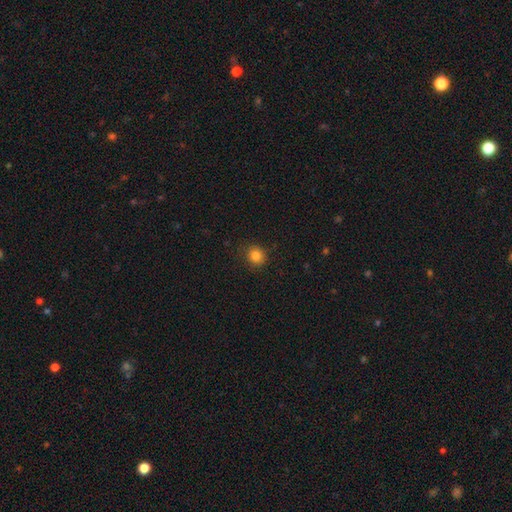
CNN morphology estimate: smooth-or-featured: smooth: 84% | star or artifact: 12% | featured or disk: 5%
  how-rounded: round: 85% | in between: 14% | cigar-shaped: 1%
  merging: none: 87% | minor disturbance: 9% | major disturbance: 3% | merger: 1%